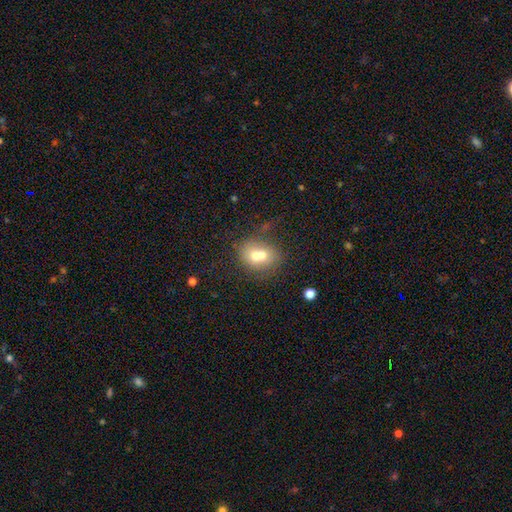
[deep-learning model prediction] Smooth or featured? smooth (66%)
How rounded? round (52%)
Merging? merger (49%)